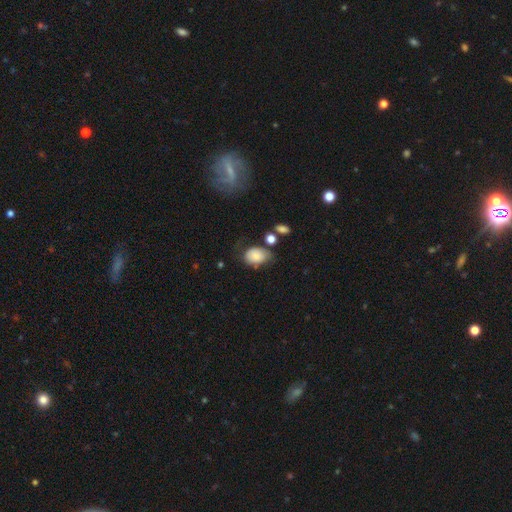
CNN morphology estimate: Smooth or featured? Predicted: smooth (p=0.80). How rounded? Predicted: in between (p=0.74). Merging? Predicted: none (p=0.46).